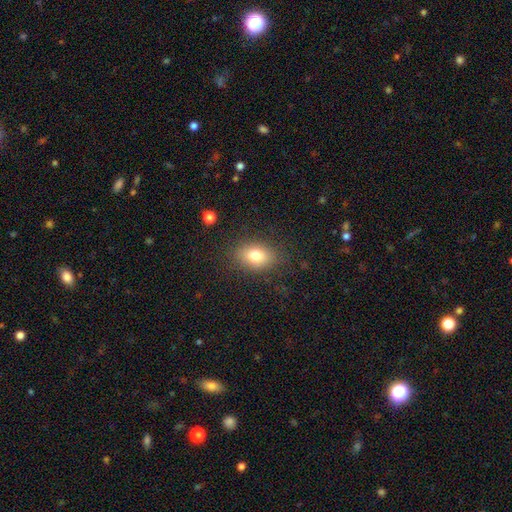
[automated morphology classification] Smooth or featured?
  - smooth: 78% *
  - featured or disk: 12%
  - star or artifact: 10%
How rounded?
  - in between: 75% *
  - round: 23%
  - cigar-shaped: 1%
Merging?
  - none: 83% *
  - minor disturbance: 12%
  - major disturbance: 4%
  - merger: 1%